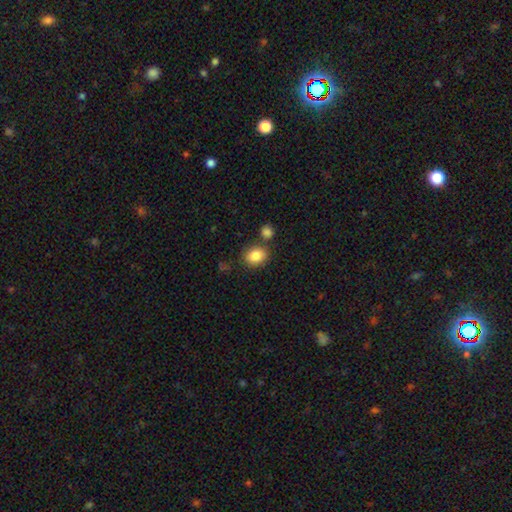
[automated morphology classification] smooth_or_featured: smooth (p=0.85) [alt: star or artifact p=0.08]
how_rounded: round (p=0.50) [alt: in between p=0.49]
merging: none (p=0.71) [alt: merger p=0.14]